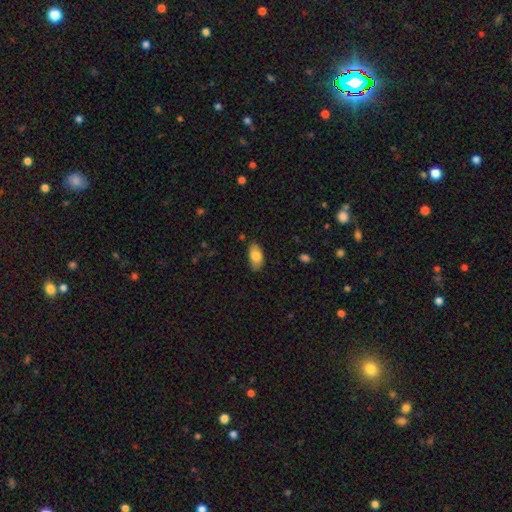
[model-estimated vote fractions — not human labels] The model was most divided on "merging": none: 76%, minor disturbance: 19%, major disturbance: 3%, merger: 1%. More confident: how rounded — in between (93%); smooth or featured — smooth (81%).